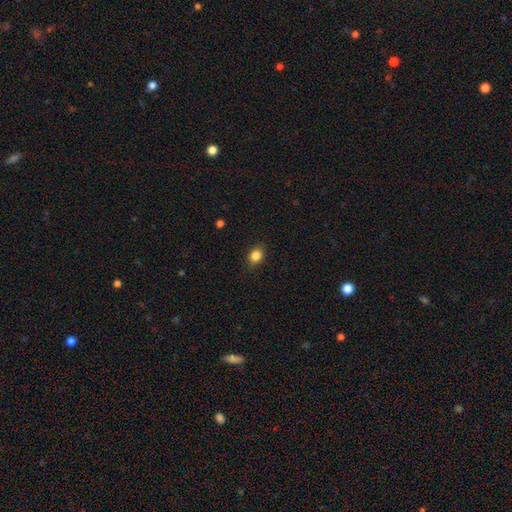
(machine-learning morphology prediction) Smooth or featured? smooth (85%)
How rounded? in between (57%)
Merging? none (87%)